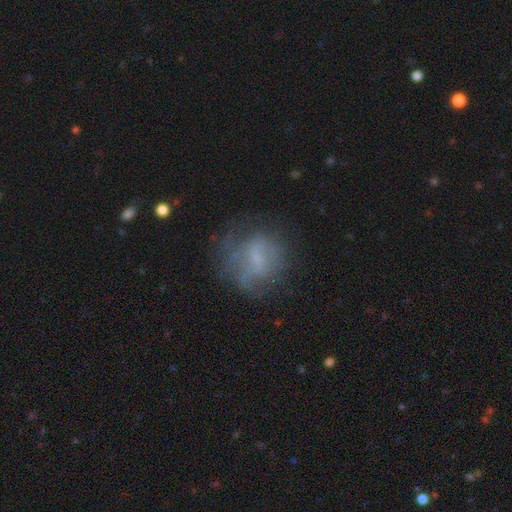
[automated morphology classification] smooth_or_featured: smooth (p=0.48) [alt: featured or disk p=0.37]
merging: none (p=0.59) [alt: minor disturbance p=0.21]